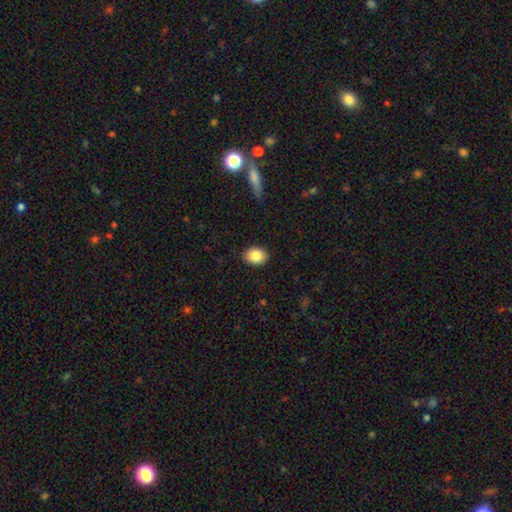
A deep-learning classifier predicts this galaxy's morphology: Smooth or featured? Predicted: smooth (p=0.86). How rounded? Predicted: in between (p=0.59). Merging? Predicted: none (p=0.88).